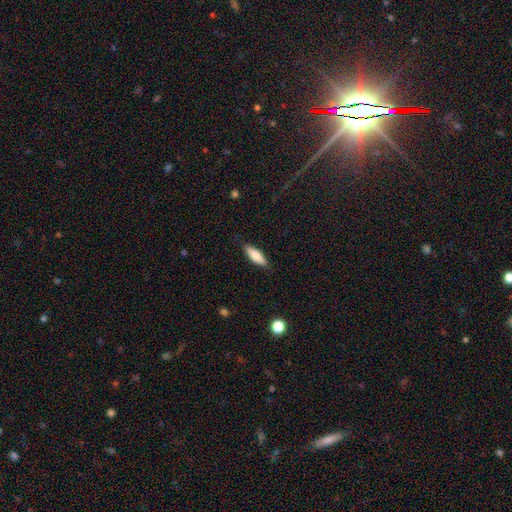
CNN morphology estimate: This appears to be a smooth galaxy with no disk features (79%) that is cigar-shaped (49%, tied with in between). Merging: none (86%).